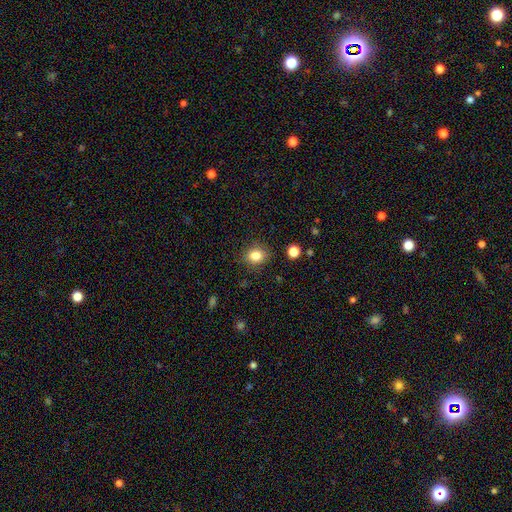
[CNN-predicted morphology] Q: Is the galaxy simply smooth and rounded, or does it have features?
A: smooth — 83%.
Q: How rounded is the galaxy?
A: round — 57%.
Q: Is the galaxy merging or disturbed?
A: none — 86%.